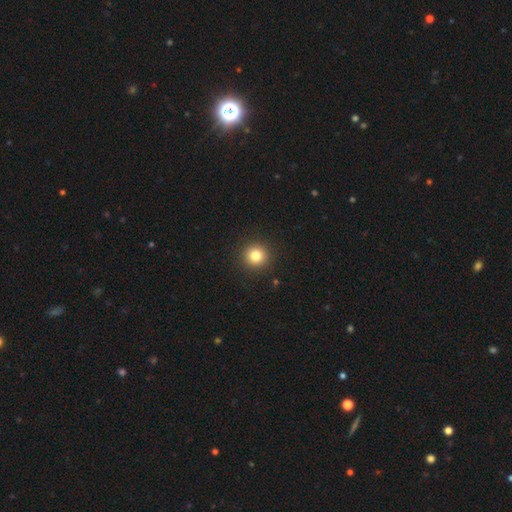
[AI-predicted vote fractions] Smooth or featured? smooth (81%)
How rounded? round (95%)
Merging? none (93%)